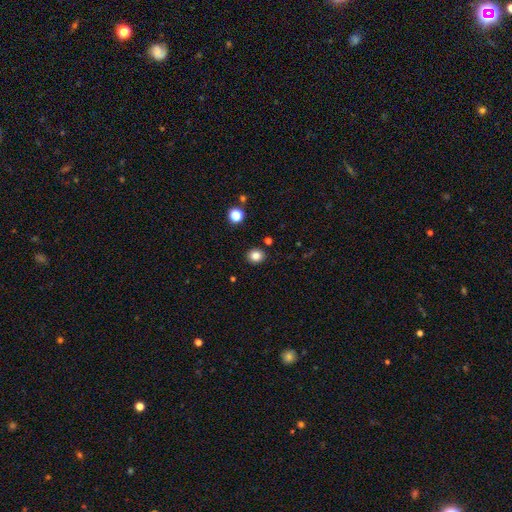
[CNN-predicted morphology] smooth 83%, star or artifact 12%, featured or disk 5%. Down the decision tree: how rounded — round (76%); merging — none (89%).